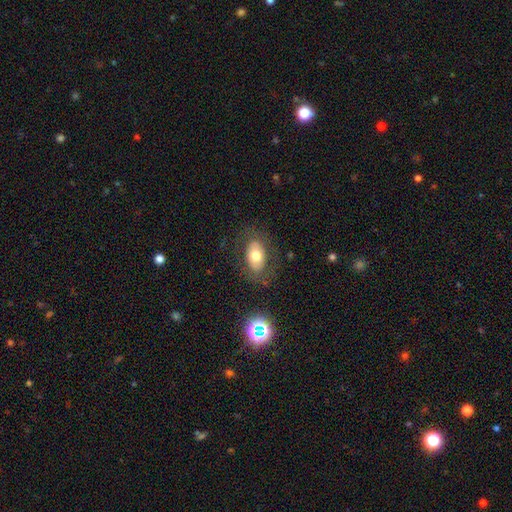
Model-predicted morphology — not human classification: smooth-or-featured: smooth: 66% | featured or disk: 24% | star or artifact: 9%
  how-rounded: in between: 87% | round: 11% | cigar-shaped: 1%
  merging: none: 76% | minor disturbance: 14% | major disturbance: 8% | merger: 2%